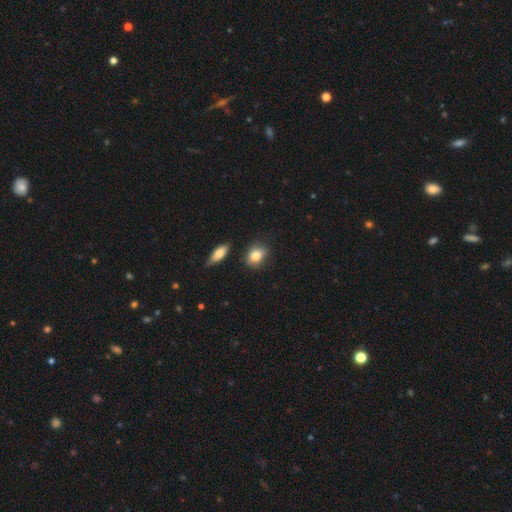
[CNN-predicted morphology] smooth-or-featured: smooth: 83% | featured or disk: 9% | star or artifact: 8%
  how-rounded: in between: 60% | round: 38% | cigar-shaped: 2%
  merging: none: 79% | minor disturbance: 13% | merger: 5% | major disturbance: 3%